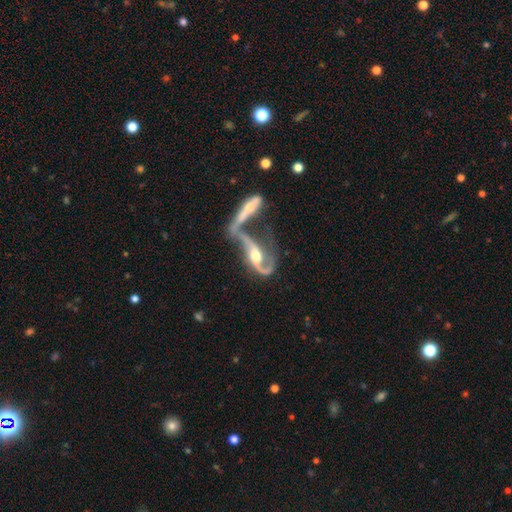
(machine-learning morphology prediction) type=featured or disk (86%); edge-on=no (86%); bar=no (44%); spiral arms=yes (92%); winding=loose (71%); arm count=2 (83%); bulge=moderate (65%); merging=merger (66%).